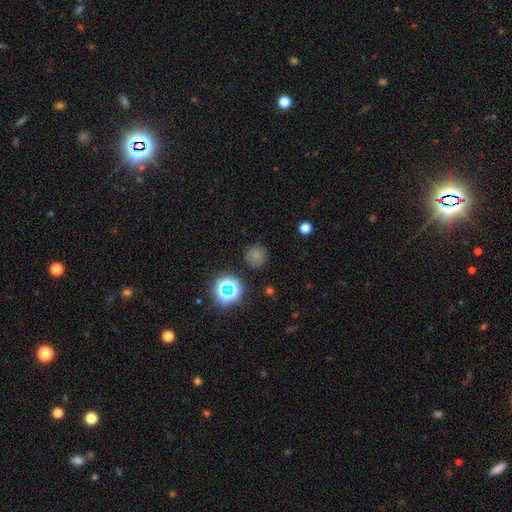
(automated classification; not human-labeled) A smooth galaxy with no disk features (71%) that is round (92%).

Vote fractions:
- Smooth or featured? smooth: 71% / star or artifact: 23% / featured or disk: 6%
- How rounded? round: 92% / in between: 7% / cigar-shaped: 1%
- Merging? none: 84% / minor disturbance: 11% / major disturbance: 4% / merger: 2%